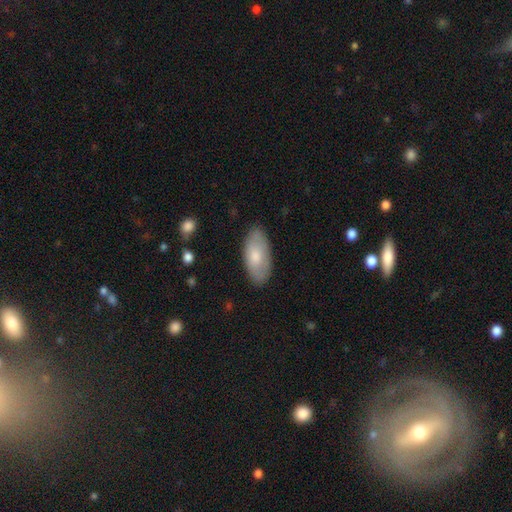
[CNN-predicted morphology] Overall: smooth (73%). How rounded: in between (93%). Merging: none (83%).